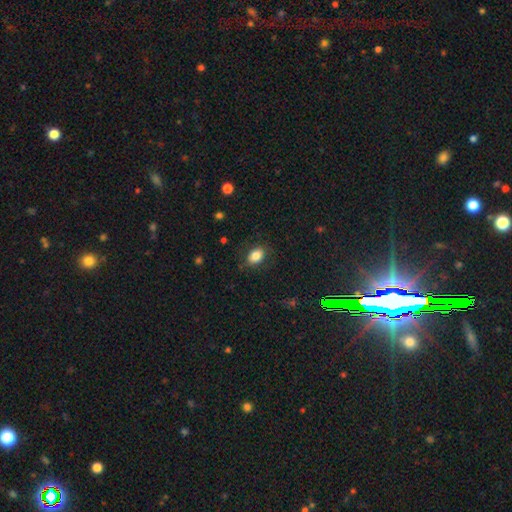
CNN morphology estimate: type=smooth (83%); roundness=in between (79%); merging=none (82%).